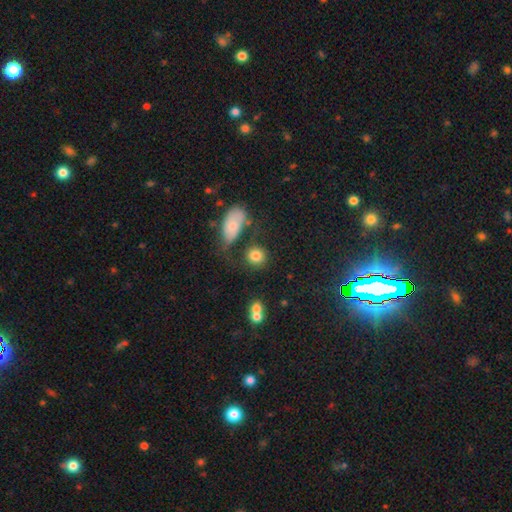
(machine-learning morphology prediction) smooth-or-featured: smooth: 82% | star or artifact: 10% | featured or disk: 8%
  how-rounded: round: 82% | in between: 17% | cigar-shaped: 2%
  merging: none: 68% | minor disturbance: 14% | merger: 11% | major disturbance: 7%